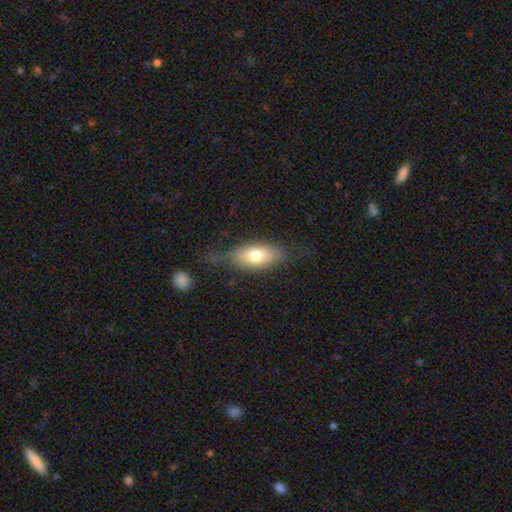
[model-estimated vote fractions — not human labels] Smooth or featured?
  - smooth: 72% *
  - featured or disk: 21%
  - star or artifact: 8%
How rounded?
  - in between: 85% *
  - cigar-shaped: 10%
  - round: 5%
Merging?
  - none: 63% *
  - minor disturbance: 24%
  - major disturbance: 11%
  - merger: 2%